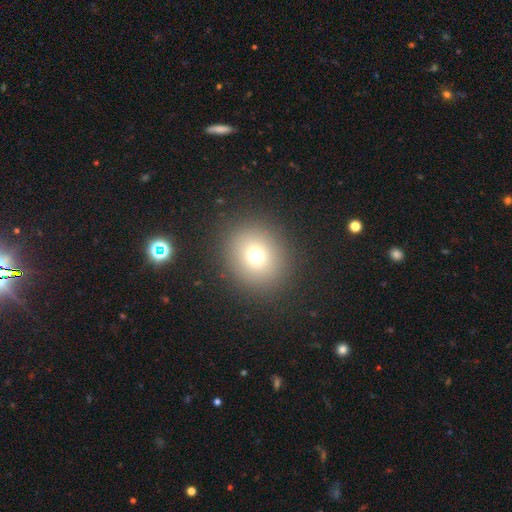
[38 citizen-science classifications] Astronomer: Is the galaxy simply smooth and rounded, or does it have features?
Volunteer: smooth — 82%.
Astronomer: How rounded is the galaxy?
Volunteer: round — 94%.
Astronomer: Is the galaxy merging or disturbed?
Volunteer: none — 97%.